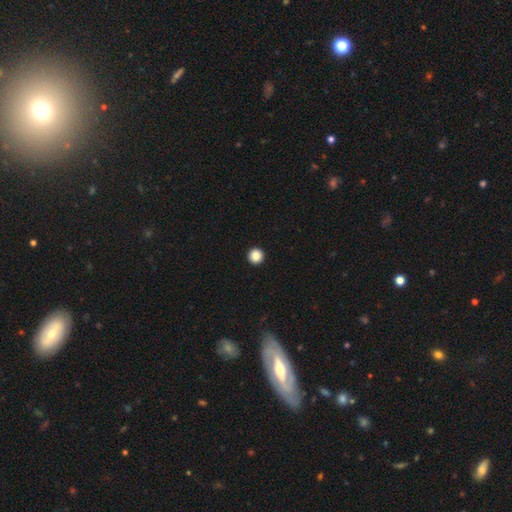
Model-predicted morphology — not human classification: Smooth or featured? Predicted: smooth (p=0.88). How rounded? Predicted: round (p=0.96). Merging? Predicted: none (p=0.94).